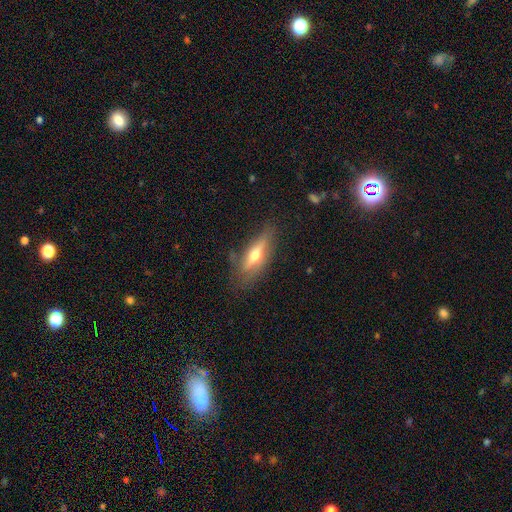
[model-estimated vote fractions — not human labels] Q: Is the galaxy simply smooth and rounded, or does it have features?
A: featured or disk — 50%.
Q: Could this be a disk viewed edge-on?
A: yes — 77%.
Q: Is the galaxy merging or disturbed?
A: none — 73%.